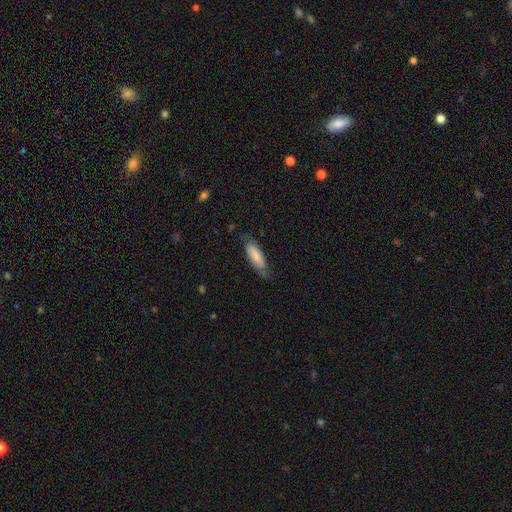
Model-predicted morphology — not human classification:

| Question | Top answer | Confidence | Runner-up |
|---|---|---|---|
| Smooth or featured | smooth | 71% | featured or disk (23%) |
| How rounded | in between | 55% | cigar-shaped (43%) |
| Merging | none | 68% | minor disturbance (24%) |